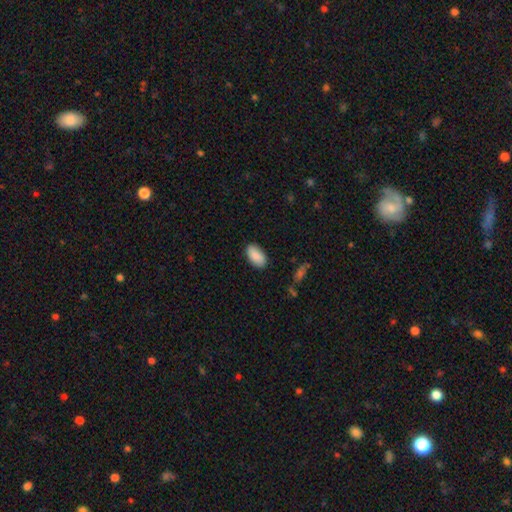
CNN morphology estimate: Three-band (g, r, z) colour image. It shows a smooth galaxy with no disk features (89%) that is in between round and cigar-shaped (94%). Merging: none (86%).